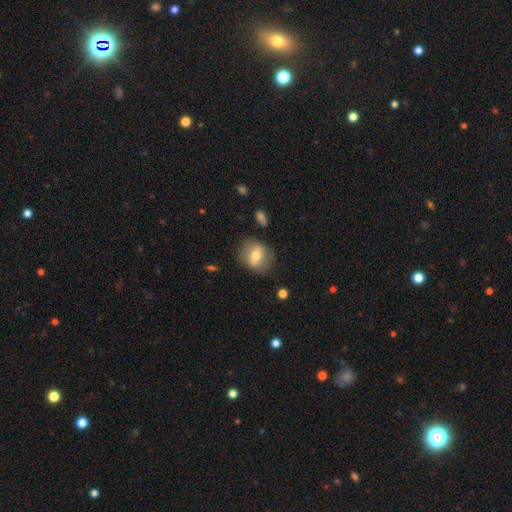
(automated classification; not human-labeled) smooth 57%, featured or disk 35%, star or artifact 8%. Down the decision tree: how rounded — round (64%); merging — none (77%).